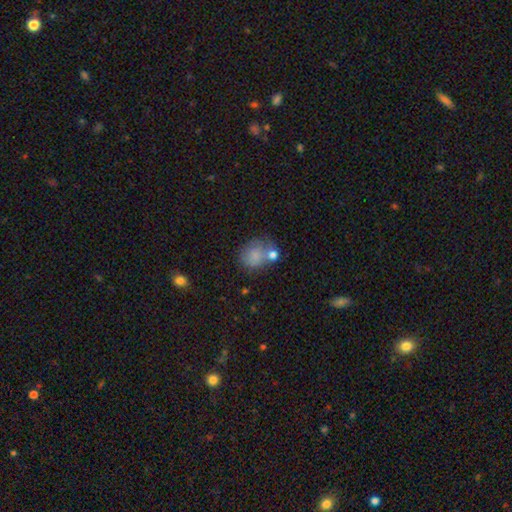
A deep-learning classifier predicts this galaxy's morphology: Smooth or featured? Predicted: smooth (p=0.75). How rounded? Predicted: round (p=0.65). Merging? Predicted: none (p=0.40).